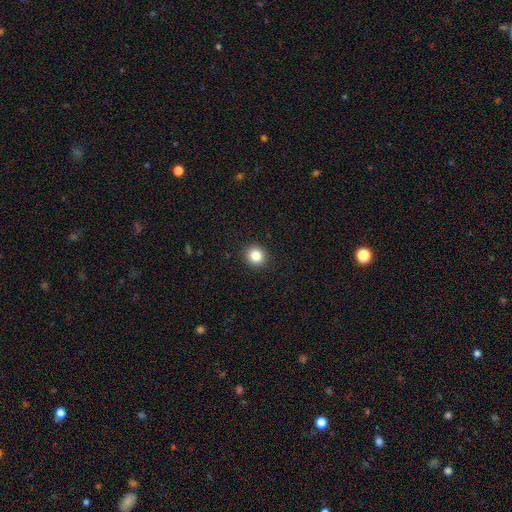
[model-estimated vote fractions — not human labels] This appears to be a smooth galaxy with no disk features (83%) that is round (90%). Merging: none (93%).